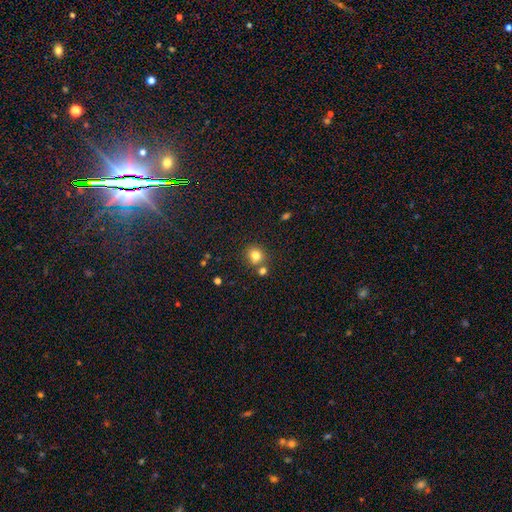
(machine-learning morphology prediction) smooth_or_featured: smooth (p=0.80) [alt: star or artifact p=0.13]
how_rounded: round (p=0.81) [alt: in between p=0.18]
merging: none (p=0.68) [alt: merger p=0.19]